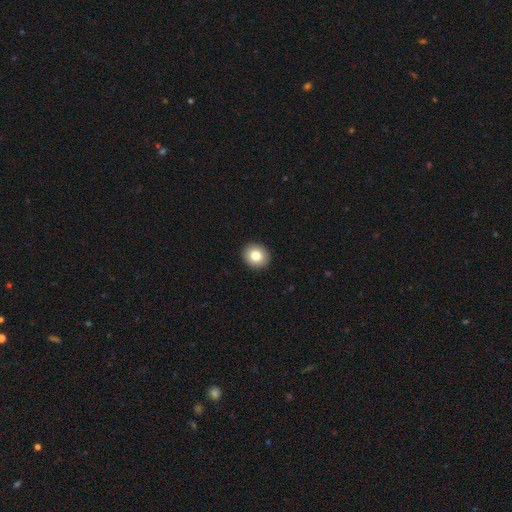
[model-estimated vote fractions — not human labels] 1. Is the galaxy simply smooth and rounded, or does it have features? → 81% smooth, 10% featured or disk, 9% star or artifact.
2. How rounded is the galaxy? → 80% round, 19% in between, 1% cigar-shaped.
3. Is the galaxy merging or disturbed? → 93% none, 5% minor disturbance, 2% major disturbance, 1% merger.